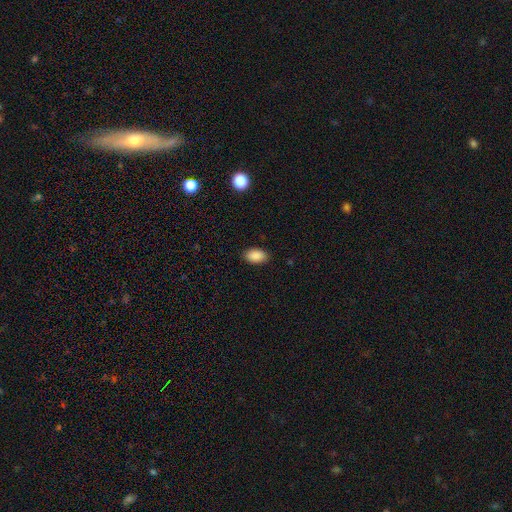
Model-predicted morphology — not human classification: Smooth or featured: smooth — 89% (star or artifact — 7%)
How rounded: in between — 92% (round — 6%)
Merging: none — 88% (minor disturbance — 9%)